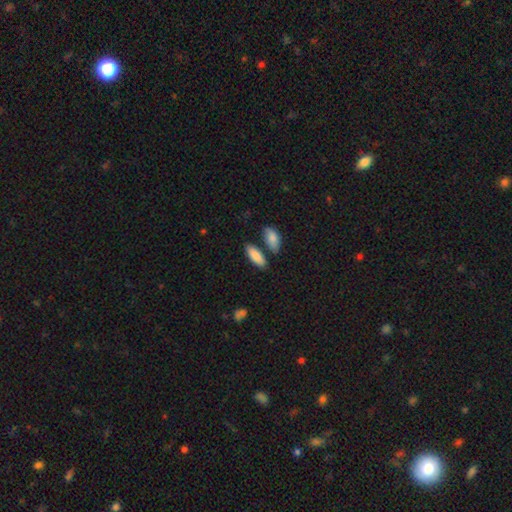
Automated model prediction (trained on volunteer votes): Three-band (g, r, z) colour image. It shows a smooth galaxy with no disk features (87%) that is in between round and cigar-shaped (78%). Merging: none (72%).